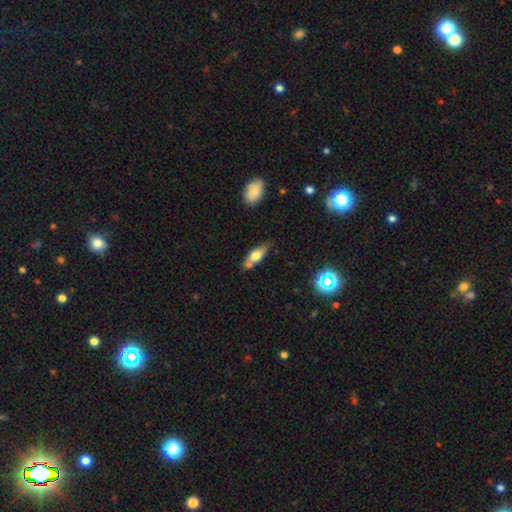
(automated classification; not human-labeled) Smooth or featured: smooth — 62% (featured or disk — 30%)
How rounded: in between — 62% (cigar-shaped — 34%)
Merging: none — 59% (minor disturbance — 19%)